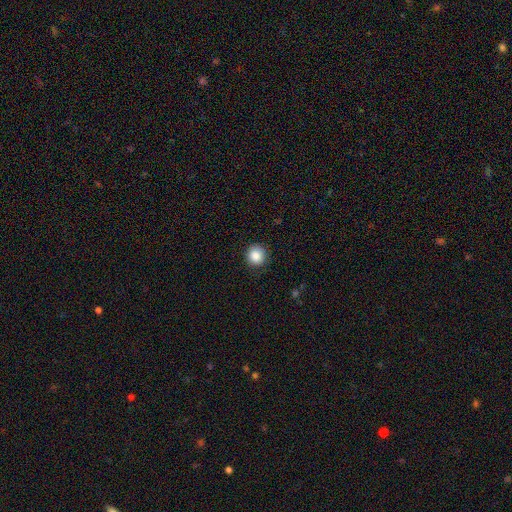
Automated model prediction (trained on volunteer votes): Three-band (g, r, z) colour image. It shows a smooth galaxy with no disk features (87%) that is round (90%). Merging: none (86%).